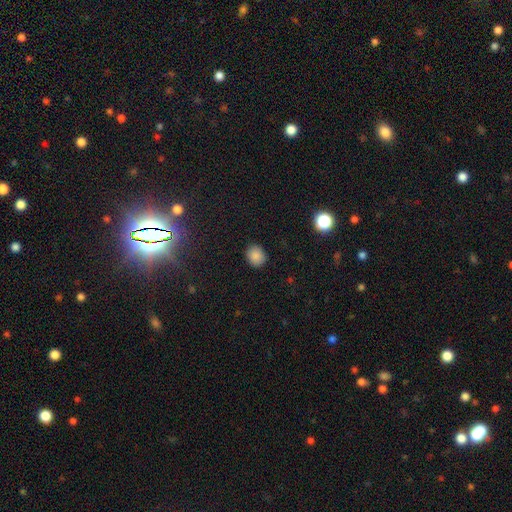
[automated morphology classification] smooth_or_featured: smooth (p=0.86) [alt: star or artifact p=0.11]
how_rounded: round (p=0.72) [alt: in between p=0.27]
merging: none (p=0.89) [alt: minor disturbance p=0.08]